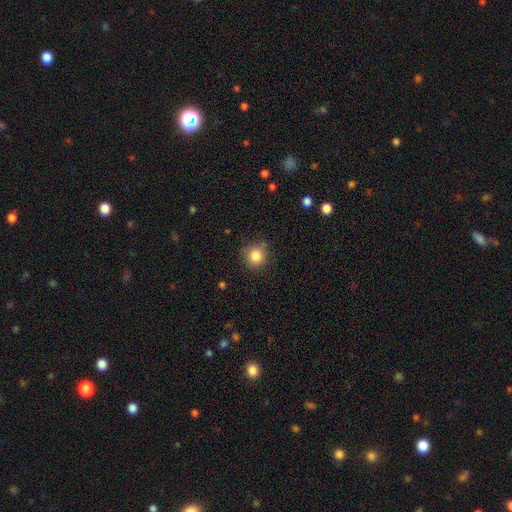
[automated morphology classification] smooth 84%, star or artifact 11%, featured or disk 5%. Down the decision tree: how rounded — round (90%); merging — none (81%).